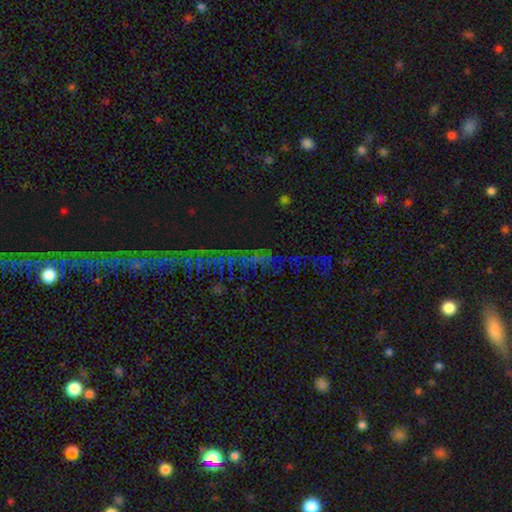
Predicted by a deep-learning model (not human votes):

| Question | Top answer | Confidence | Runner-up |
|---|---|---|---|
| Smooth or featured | star or artifact | 76% | featured or disk (13%) |